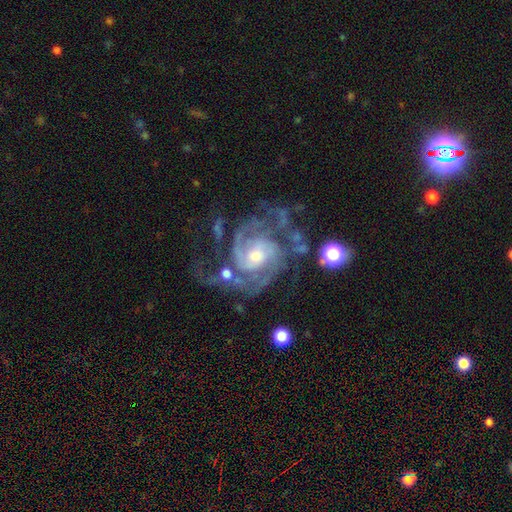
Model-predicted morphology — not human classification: smooth_or_featured: featured or disk (p=0.90) [alt: star or artifact p=0.06]
disk_edge_on: no (p=0.98) [alt: yes p=0.02]
bar: no (p=0.58) [alt: weak p=0.33]
has_spiral_arms: yes (p=0.97) [alt: no p=0.03]
spiral_winding: tight (p=0.50) [alt: medium p=0.41]
spiral_arm_count: 2 (p=0.40) [alt: 3 p=0.22]
bulge_size: moderate (p=0.50) [alt: small p=0.43]
merging: none (p=0.52) [alt: major disturbance p=0.23]